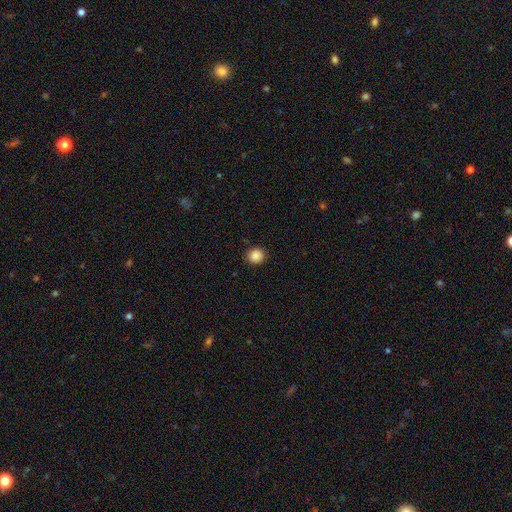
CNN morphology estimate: Smooth or featured? smooth (88%)
How rounded? round (90%)
Merging? none (91%)